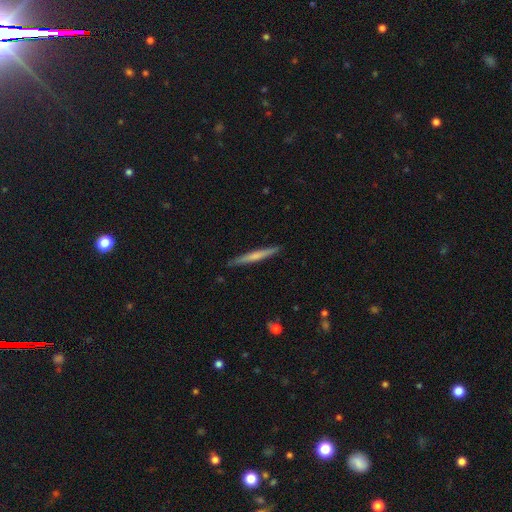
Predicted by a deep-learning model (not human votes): smooth 52%, featured or disk 43%, star or artifact 5%. Down the decision tree: how rounded — cigar-shaped (96%); merging — none (90%).